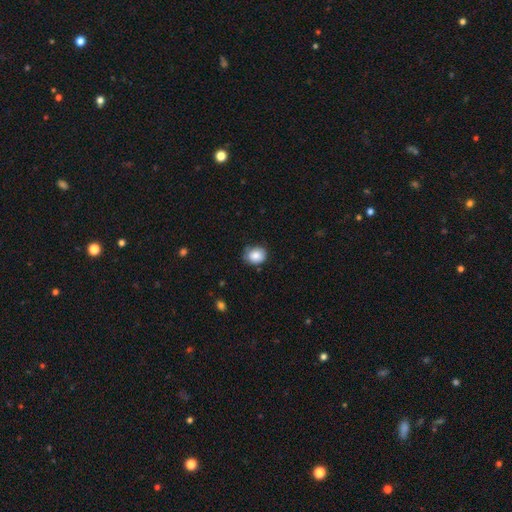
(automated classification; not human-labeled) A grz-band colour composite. It shows a smooth galaxy with no disk features (84%) that is round (65%). Merging: none (69%).